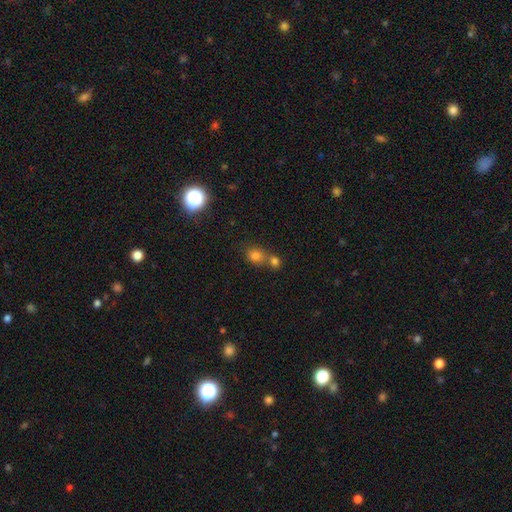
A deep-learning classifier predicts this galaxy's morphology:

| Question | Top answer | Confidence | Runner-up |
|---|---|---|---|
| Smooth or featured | smooth | 77% | star or artifact (15%) |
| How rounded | round | 72% | in between (27%) |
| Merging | none | 46% | merger (42%) |